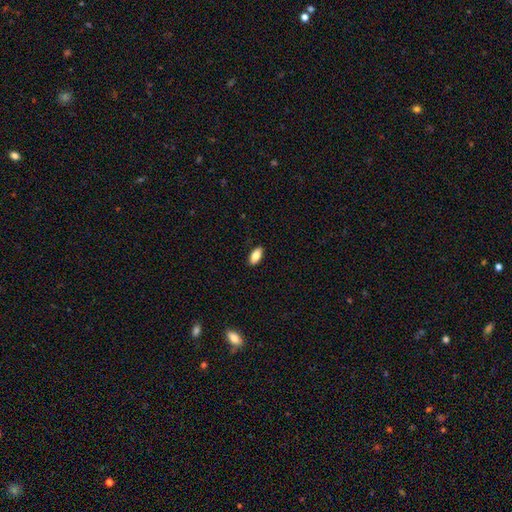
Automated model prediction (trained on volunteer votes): Smooth or featured?
  - smooth: 84% *
  - featured or disk: 9%
  - star or artifact: 7%
How rounded?
  - in between: 89% *
  - cigar-shaped: 9%
  - round: 2%
Merging?
  - none: 90% *
  - minor disturbance: 8%
  - major disturbance: 2%
  - merger: 1%